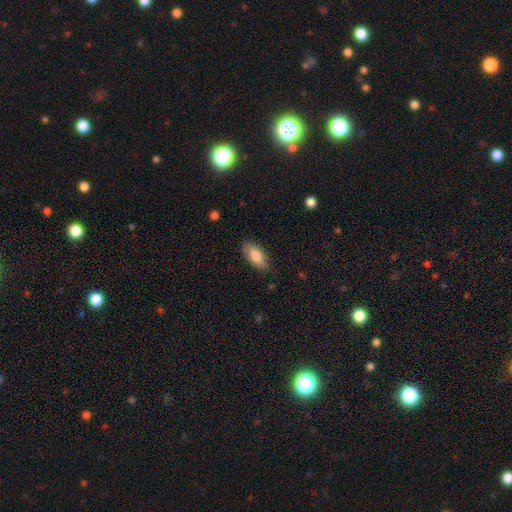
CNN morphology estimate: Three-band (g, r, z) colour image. It shows a smooth galaxy with no disk features (84%) that is in between round and cigar-shaped (84%). Merging: none (81%).